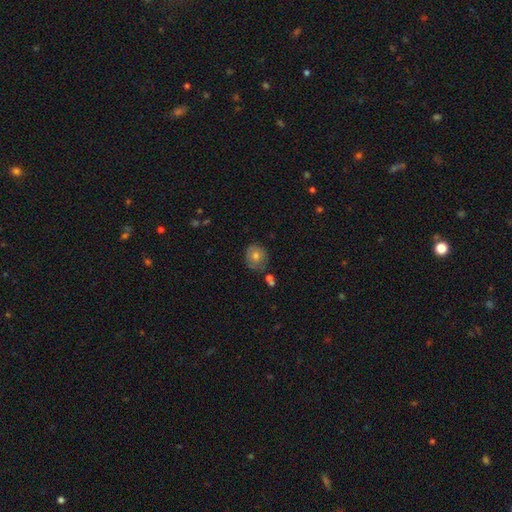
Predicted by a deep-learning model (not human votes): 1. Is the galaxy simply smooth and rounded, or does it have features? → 61% smooth, 28% featured or disk, 10% star or artifact.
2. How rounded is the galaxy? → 82% round, 17% in between, 1% cigar-shaped.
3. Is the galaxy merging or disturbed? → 74% none, 16% minor disturbance, 6% merger, 4% major disturbance.